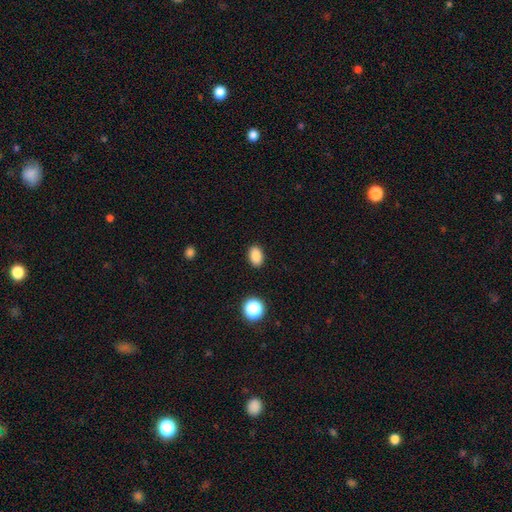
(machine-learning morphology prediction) This appears to be a smooth galaxy with no disk features (86%) that is in between round and cigar-shaped (85%). Merging: none (89%).